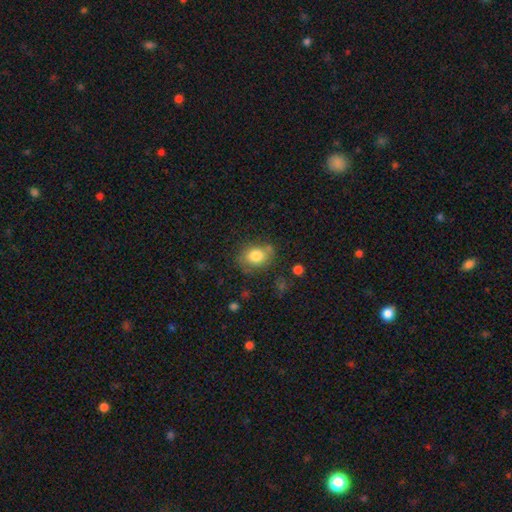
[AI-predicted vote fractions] Q: Smooth or featured?
A: smooth (81%); runner-up: featured or disk (10%)
Q: How rounded?
A: in between (51%); runner-up: round (48%)
Q: Merging?
A: none (69%); runner-up: minor disturbance (19%)